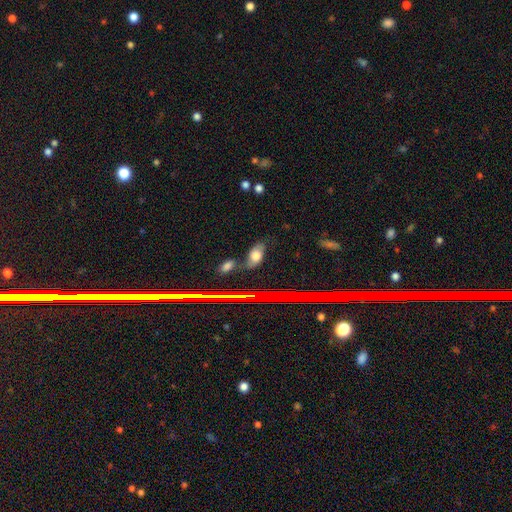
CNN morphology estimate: A smooth galaxy with no disk features (57%) that is in between round and cigar-shaped (89%).

Vote fractions:
- Smooth or featured? smooth: 57% / featured or disk: 28% / star or artifact: 15%
- How rounded? in between: 89% / round: 7% / cigar-shaped: 4%
- Merging? none: 52% / minor disturbance: 23% / merger: 16% / major disturbance: 10%